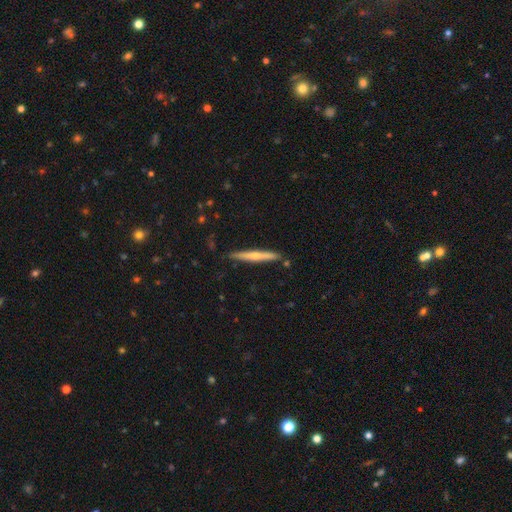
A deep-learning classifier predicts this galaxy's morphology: Smooth or featured?
  - featured or disk: 52% *
  - smooth: 42%
  - star or artifact: 6%
Edge-on disk?
  - yes: 96% *
  - no: 4%
Merging?
  - none: 88% *
  - minor disturbance: 9%
  - merger: 2%
  - major disturbance: 2%